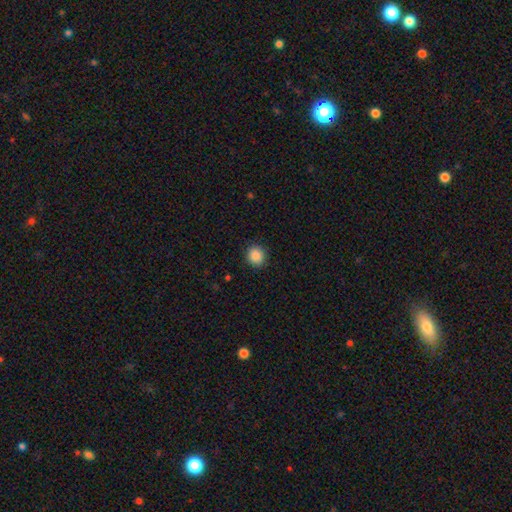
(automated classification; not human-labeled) Overall: smooth (87%). How rounded: round (90%). Merging: none (91%).